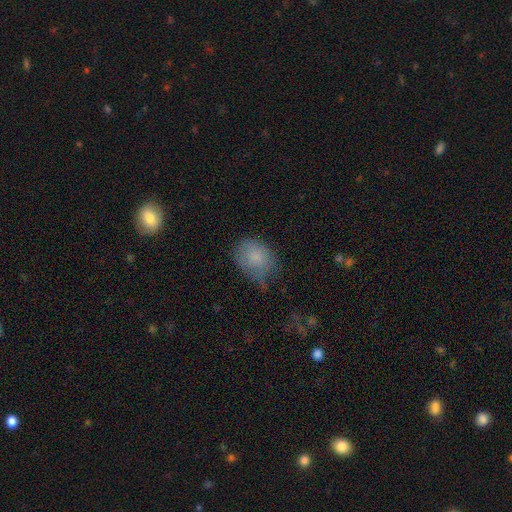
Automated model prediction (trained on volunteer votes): Smooth or featured: smooth — 75% (star or artifact — 12%)
How rounded: round — 50% (in between — 49%)
Merging: none — 56% (minor disturbance — 31%)